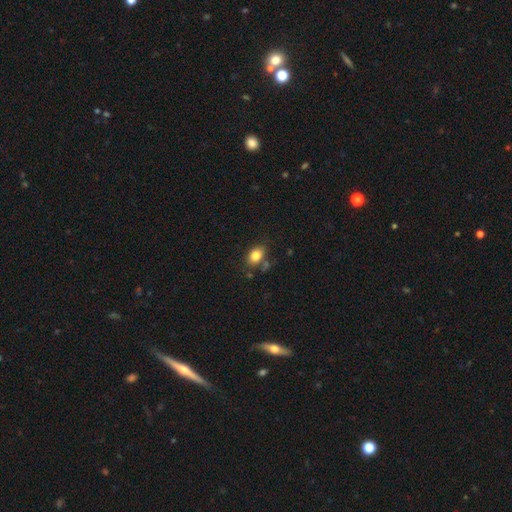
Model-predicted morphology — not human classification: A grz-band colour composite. It shows a smooth galaxy with no disk features (82%) that is in between round and cigar-shaped (76%). Merging: none (69%).